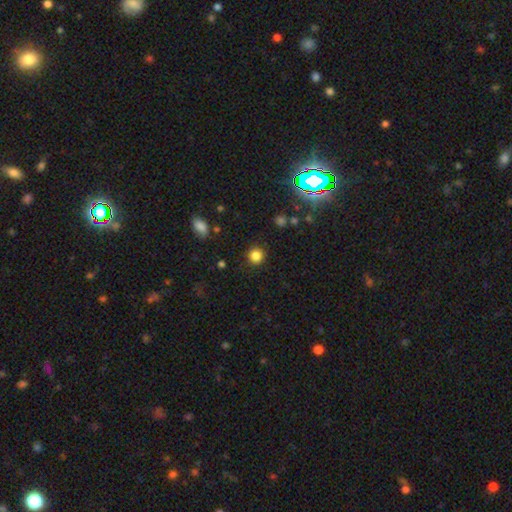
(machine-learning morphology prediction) This appears to be a smooth galaxy with no disk features (82%) that is round (92%). Merging: none (90%).